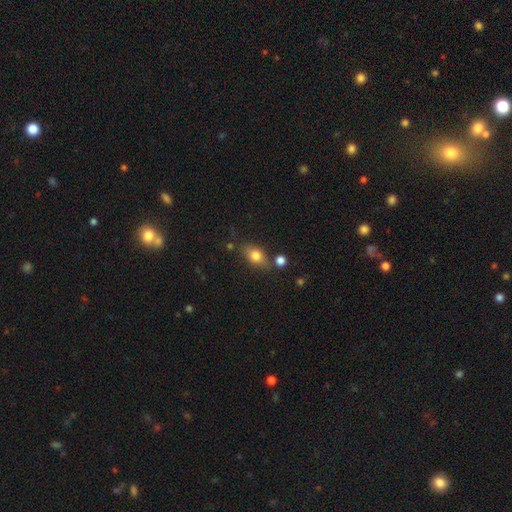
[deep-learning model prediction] Overall: smooth (77%). How rounded: in between (76%). Merging: none (71%).